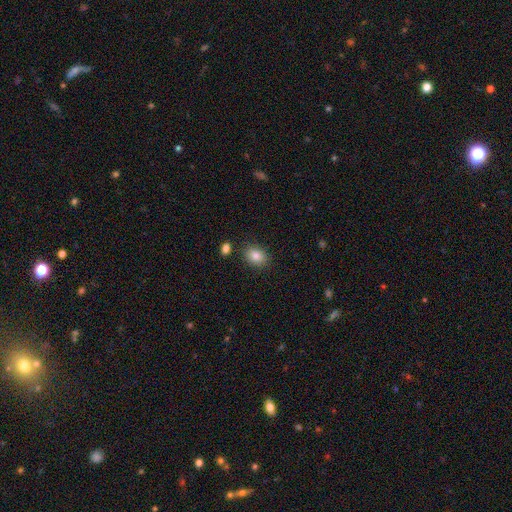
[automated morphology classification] smooth 85%, star or artifact 9%, featured or disk 7%. Down the decision tree: how rounded — in between (67%); merging — none (84%).